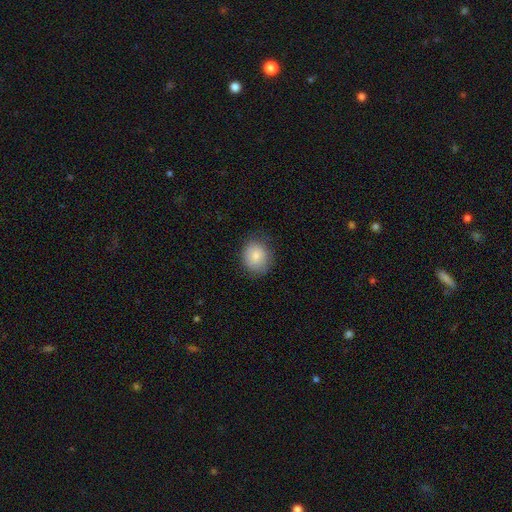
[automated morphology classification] type=smooth (84%); roundness=round (68%); merging=none (80%).